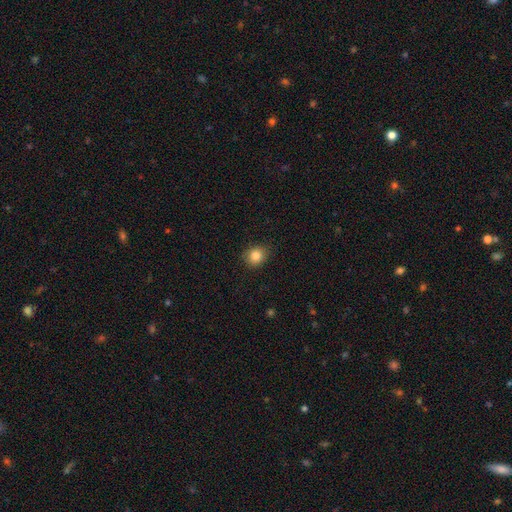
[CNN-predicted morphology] Smooth or featured?
  - smooth: 83% *
  - star or artifact: 11%
  - featured or disk: 6%
How rounded?
  - round: 73% *
  - in between: 26%
  - cigar-shaped: 1%
Merging?
  - none: 86% *
  - minor disturbance: 11%
  - major disturbance: 2%
  - merger: 1%